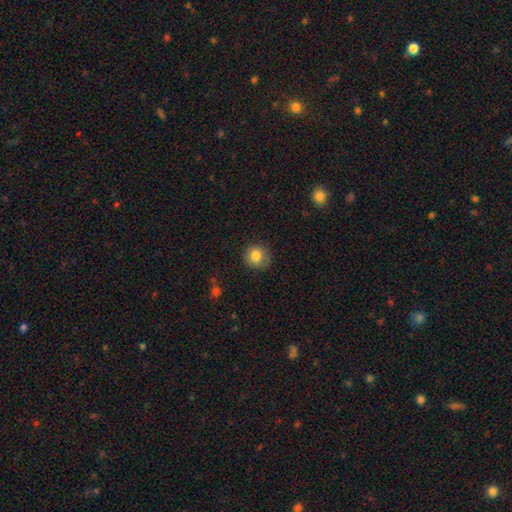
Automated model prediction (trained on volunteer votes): Smooth or featured? smooth (83%)
How rounded? round (87%)
Merging? none (78%)